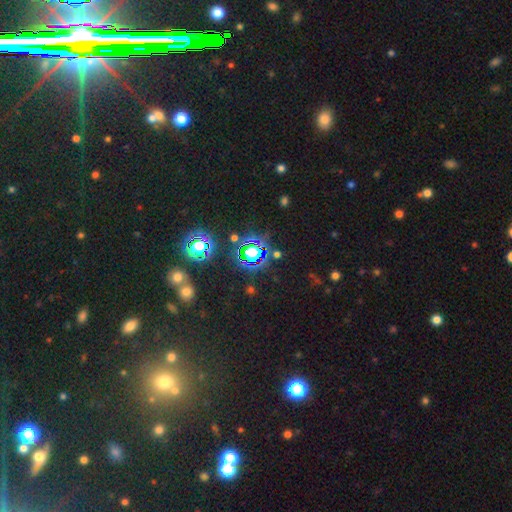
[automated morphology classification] Q: Smooth or featured?
A: star or artifact (69%); runner-up: smooth (21%)